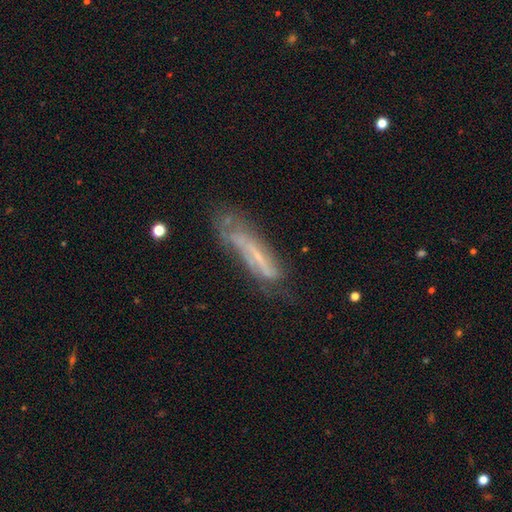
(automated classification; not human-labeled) featured or disk 59%, smooth 31%, star or artifact 10%. Down the decision tree: edge-on disk — no (61%); merging — none (46%).